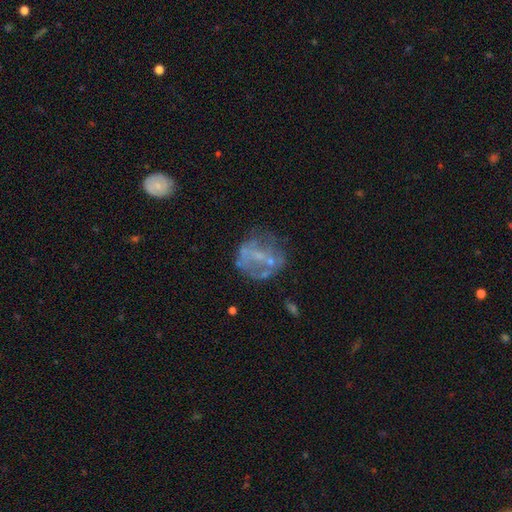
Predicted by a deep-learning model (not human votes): Overall: featured or disk (59%; smooth 26%). Edge-on disk: no (97%). Bar: no (73%). Spiral arms: no (82%). Bulge size: none (45%; small 40%). Merging: none (50%; major disturbance 22%).